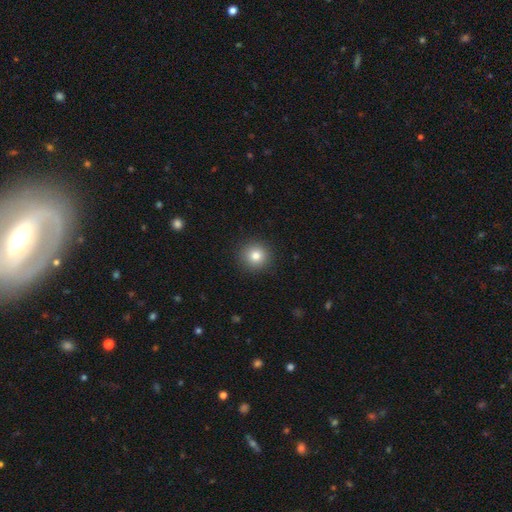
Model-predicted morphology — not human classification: Smooth or featured? Predicted: smooth (p=0.82). How rounded? Predicted: round (p=0.94). Merging? Predicted: none (p=0.91).